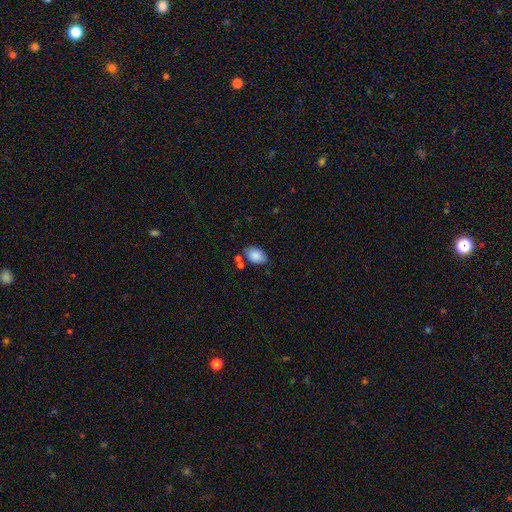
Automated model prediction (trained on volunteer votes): smooth_or_featured: smooth (p=0.86) [alt: star or artifact p=0.07]
how_rounded: in between (p=0.85) [alt: round p=0.14]
merging: none (p=0.69) [alt: minor disturbance p=0.17]